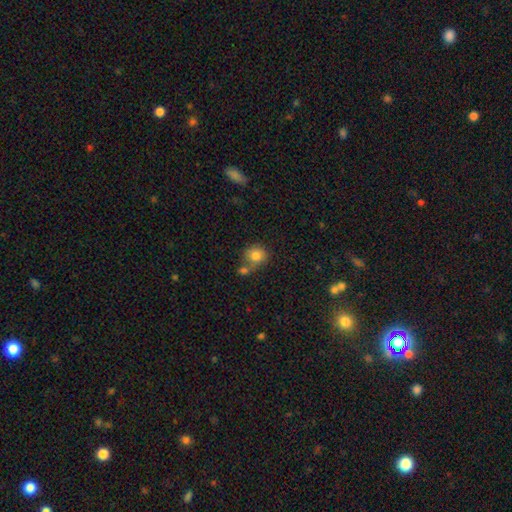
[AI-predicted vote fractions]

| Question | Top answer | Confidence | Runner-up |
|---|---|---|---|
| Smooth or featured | smooth | 82% | star or artifact (10%) |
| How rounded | round | 74% | in between (25%) |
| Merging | none | 47% | merger (34%) |